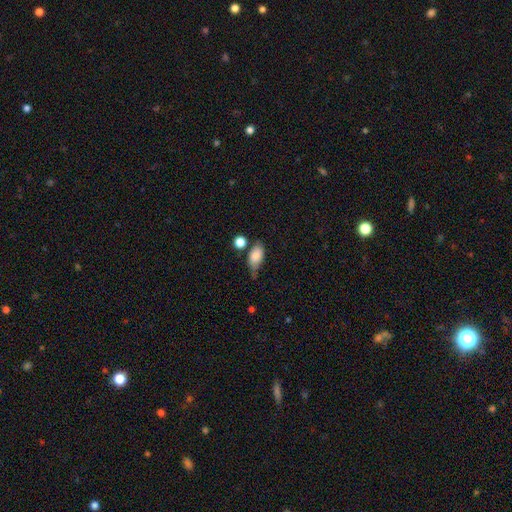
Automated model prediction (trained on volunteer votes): Smooth or featured? smooth (81%)
How rounded? in between (88%)
Merging? none (47%)